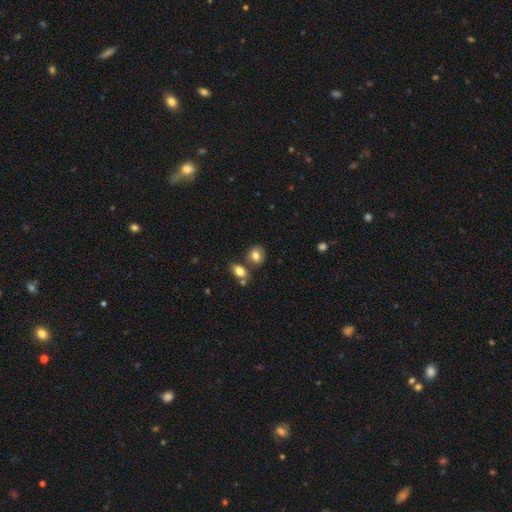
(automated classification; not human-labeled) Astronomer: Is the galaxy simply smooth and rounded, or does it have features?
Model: smooth — 80%.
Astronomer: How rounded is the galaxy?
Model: round — 57% (runner-up: in between, 41%).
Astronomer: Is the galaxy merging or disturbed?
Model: none — 66%.